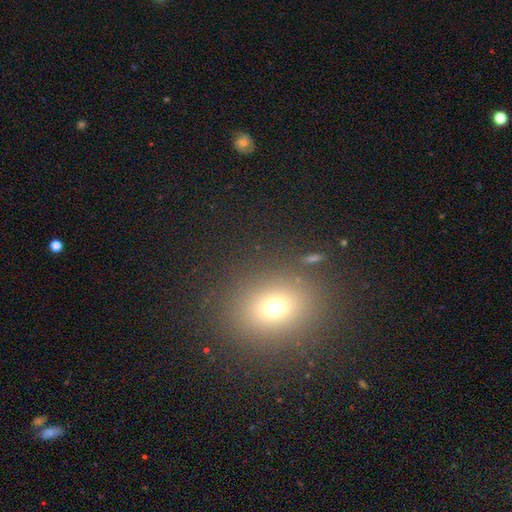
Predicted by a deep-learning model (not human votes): This appears to be a smooth galaxy with no disk features (64%) that is round (56%). Merging: none (88%).